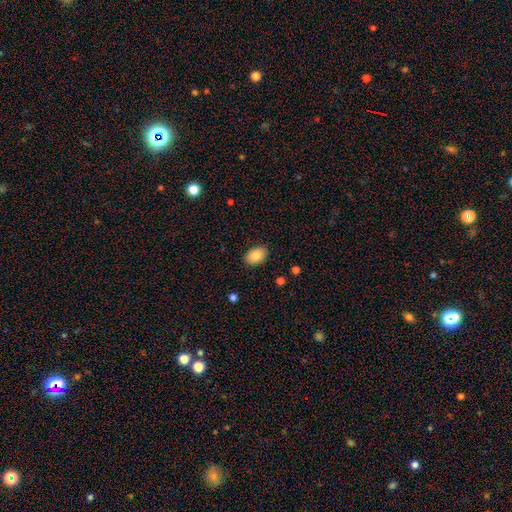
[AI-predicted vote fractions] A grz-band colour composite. It shows a smooth galaxy with no disk features (87%) that is in between round and cigar-shaped (85%). Merging: none (87%).